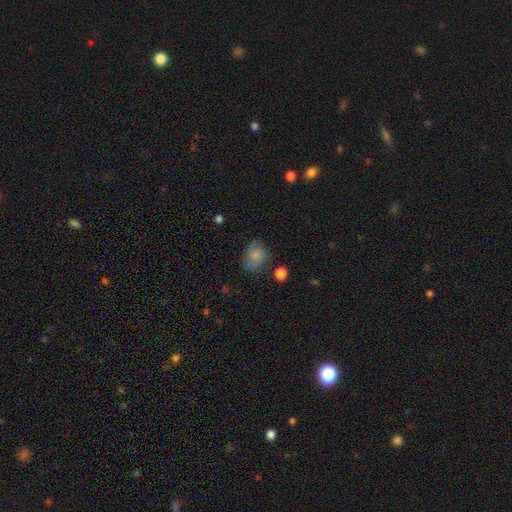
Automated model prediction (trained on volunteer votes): smooth_or_featured: smooth (p=0.75) [alt: featured or disk p=0.15]
how_rounded: in between (p=0.55) [alt: round p=0.43]
merging: none (p=0.58) [alt: minor disturbance p=0.28]